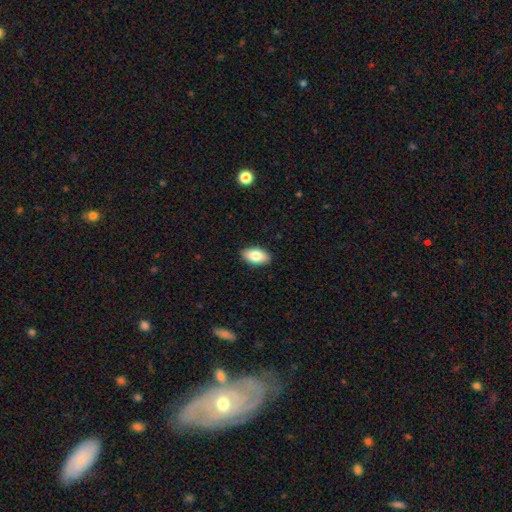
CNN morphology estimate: This is clearly a smooth galaxy (83%). How rounded: clearly in between (94%). Merging: clearly none (90%).